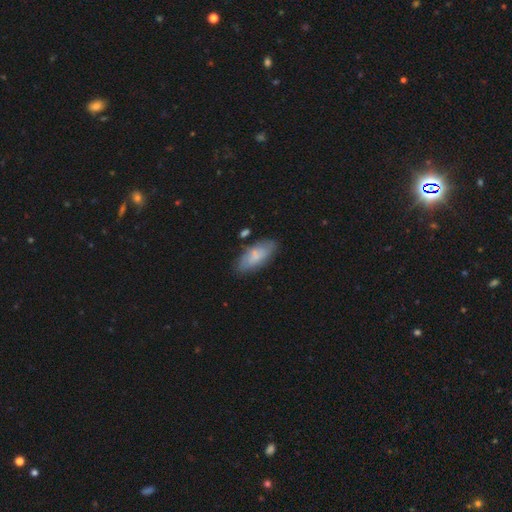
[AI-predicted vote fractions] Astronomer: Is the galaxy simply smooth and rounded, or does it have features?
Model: smooth — 71%.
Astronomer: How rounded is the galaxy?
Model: in between — 83%.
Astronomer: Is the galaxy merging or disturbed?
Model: none — 74%.